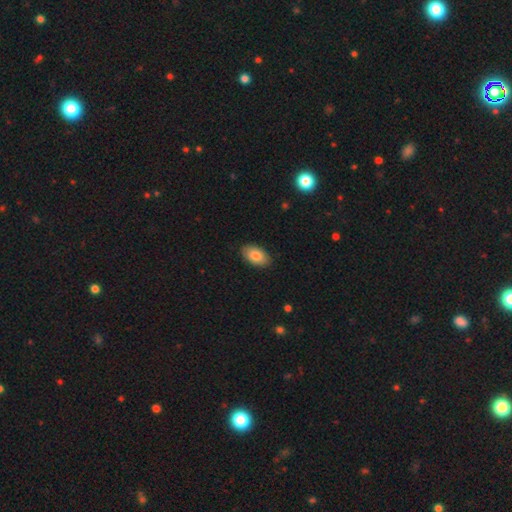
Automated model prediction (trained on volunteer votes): Morphology: type=smooth (82%); roundness=in between (93%); merging=none (89%).